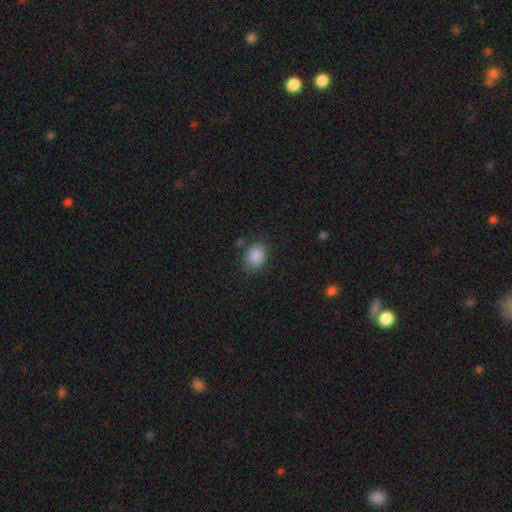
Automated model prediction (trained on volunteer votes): This is clearly a smooth galaxy (87%). How rounded: likely in between (67%). Merging: likely none (77%).